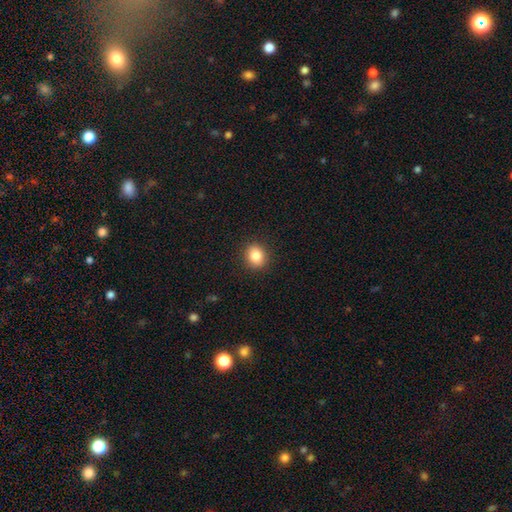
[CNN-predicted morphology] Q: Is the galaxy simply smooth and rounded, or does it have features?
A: smooth — 85%.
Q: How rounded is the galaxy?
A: round — 64%.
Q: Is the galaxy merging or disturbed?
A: none — 90%.